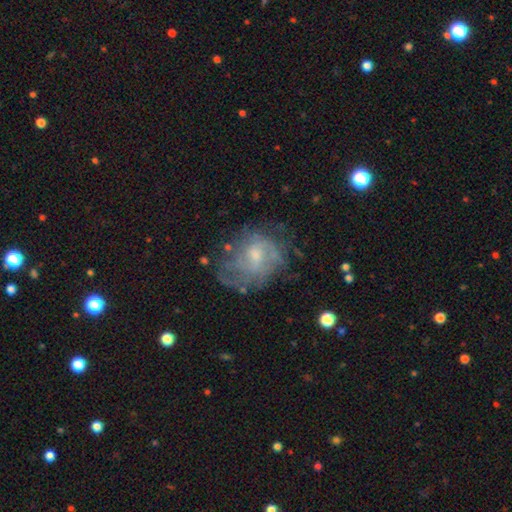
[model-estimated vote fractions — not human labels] Smooth or featured?
  - featured or disk: 61% *
  - smooth: 29%
  - star or artifact: 10%
Edge-on disk?
  - no: 97% *
  - yes: 3%
Bar?
  - no: 59% *
  - weak: 36%
  - strong: 5%
Spiral arms?
  - yes: 61% *
  - no: 39%
Bulge size?
  - moderate: 46% *
  - small: 41%
  - none: 9%
  - large: 3%
  - dominant: 1%
Merging?
  - none: 53% *
  - minor disturbance: 24%
  - major disturbance: 20%
  - merger: 3%